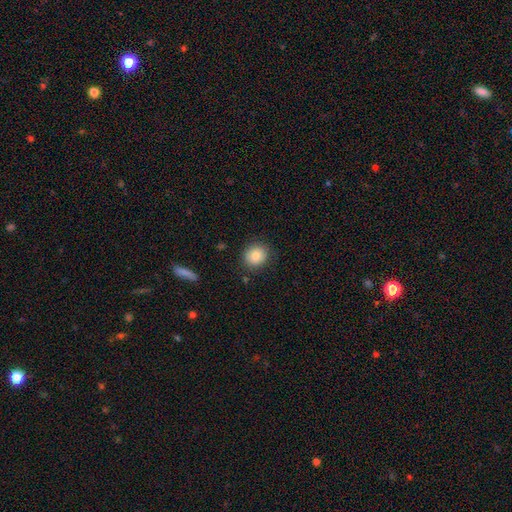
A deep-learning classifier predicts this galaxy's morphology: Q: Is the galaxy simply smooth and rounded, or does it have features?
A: smooth — 81%.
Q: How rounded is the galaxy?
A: round — 83%.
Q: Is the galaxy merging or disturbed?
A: none — 86%.